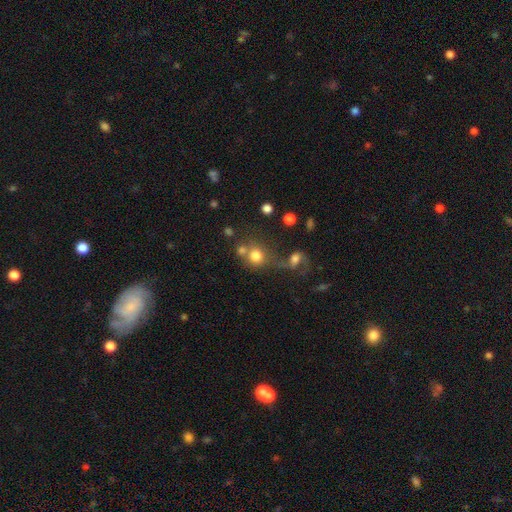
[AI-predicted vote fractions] Smooth or featured? Predicted: smooth (p=0.76). How rounded? Predicted: round (p=0.86). Merging? Predicted: none (p=0.45).